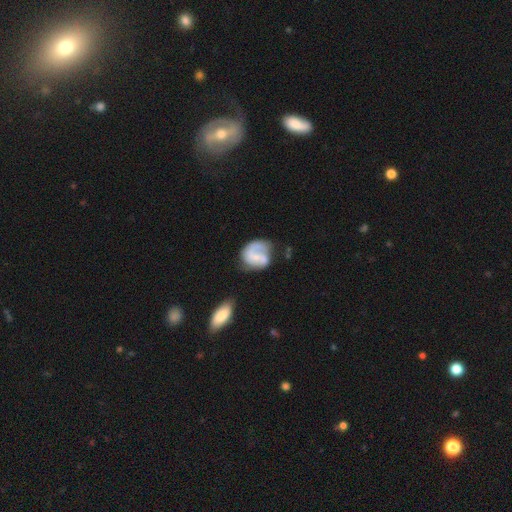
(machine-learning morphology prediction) This appears to be a featured or disk galaxy (64%) with no bar (60%), 2 (54%) medium (41%) spiral arms (82%) and a small central bulge (54%). Merging: none (45%).